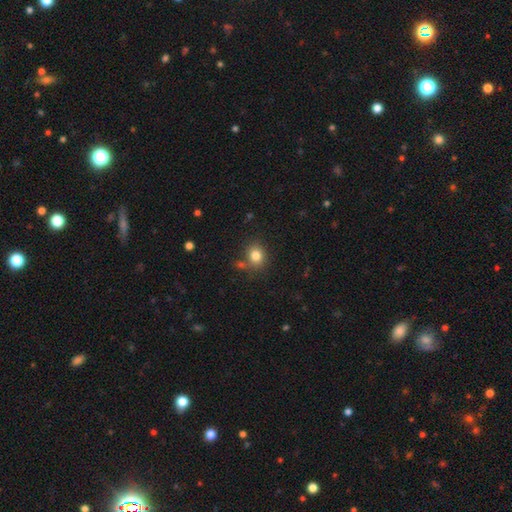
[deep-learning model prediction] smooth 81%, star or artifact 12%, featured or disk 7%. Down the decision tree: how rounded — round (69%); merging — none (73%).